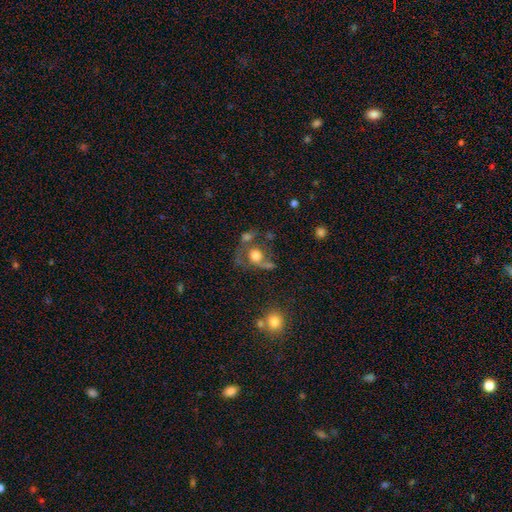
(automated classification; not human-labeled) A smooth galaxy with no disk features (55%) that is round (72%). Merging: none (32%).